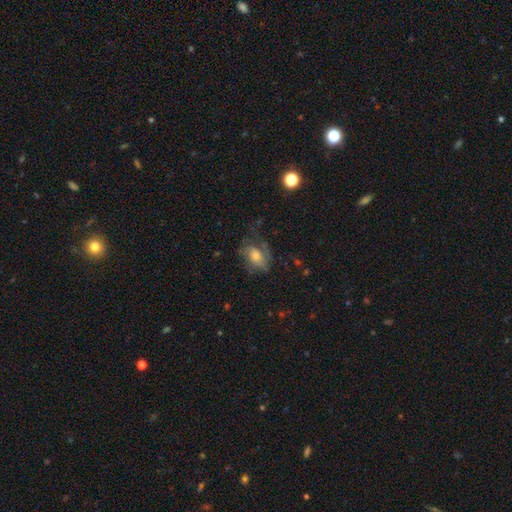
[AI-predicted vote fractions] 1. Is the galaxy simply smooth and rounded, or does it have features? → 46% featured or disk, 41% smooth, 13% star or artifact.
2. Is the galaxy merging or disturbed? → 46% none, 27% major disturbance, 24% minor disturbance, 2% merger.